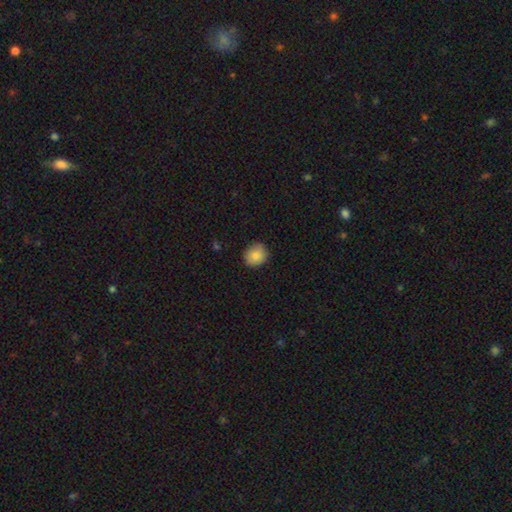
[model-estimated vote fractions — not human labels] Q: Smooth or featured?
A: smooth (85%); runner-up: star or artifact (8%)
Q: How rounded?
A: round (81%); runner-up: in between (18%)
Q: Merging?
A: none (83%); runner-up: minor disturbance (14%)